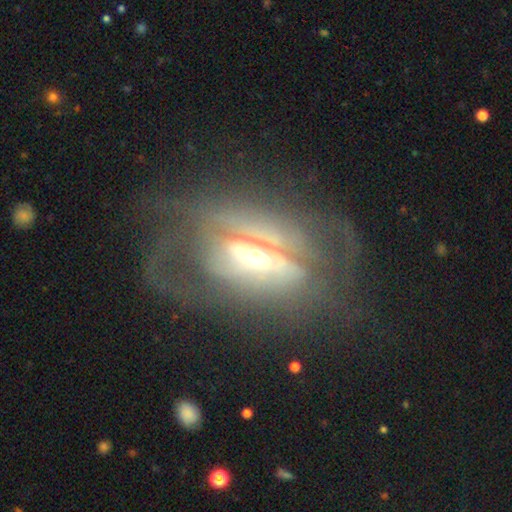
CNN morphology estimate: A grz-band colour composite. It shows a featured or disk galaxy (75%) with no bar (55%), no spiral arms (58%) and a moderate central bulge (60%). Merging: none (39%).